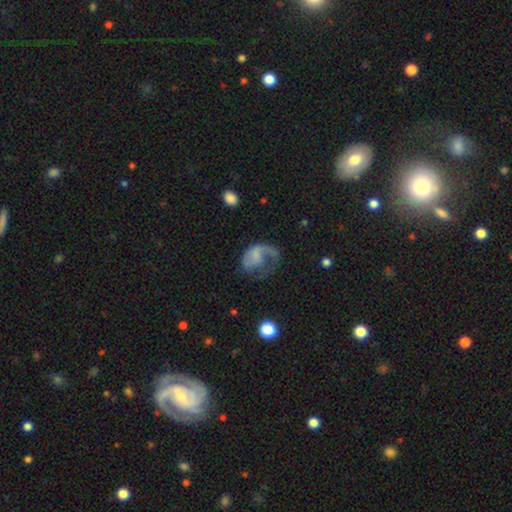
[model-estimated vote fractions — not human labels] featured or disk 59%, smooth 33%, star or artifact 8%. Down the decision tree: edge-on disk — no (98%); bar — no (67%); spiral arms — yes (74%); bulge size — none (54%); merging — major disturbance (51%).